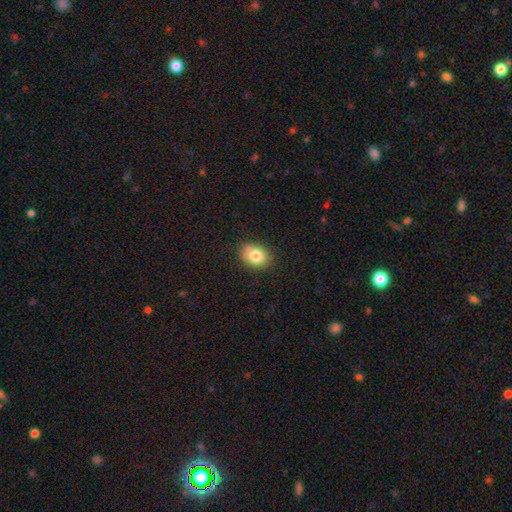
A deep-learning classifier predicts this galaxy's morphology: smooth_or_featured: smooth (p=0.80) [alt: featured or disk p=0.11]
how_rounded: in between (p=0.60) [alt: round p=0.39]
merging: none (p=0.72) [alt: minor disturbance p=0.19]